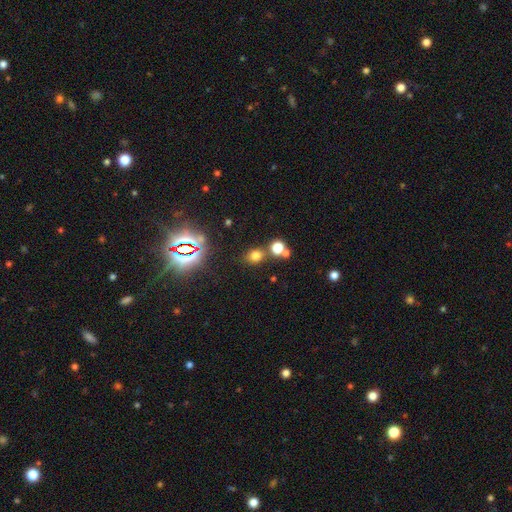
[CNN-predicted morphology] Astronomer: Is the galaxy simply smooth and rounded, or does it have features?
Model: smooth — 67%.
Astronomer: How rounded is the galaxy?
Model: round — 71%.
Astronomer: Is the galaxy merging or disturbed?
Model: none — 69%.